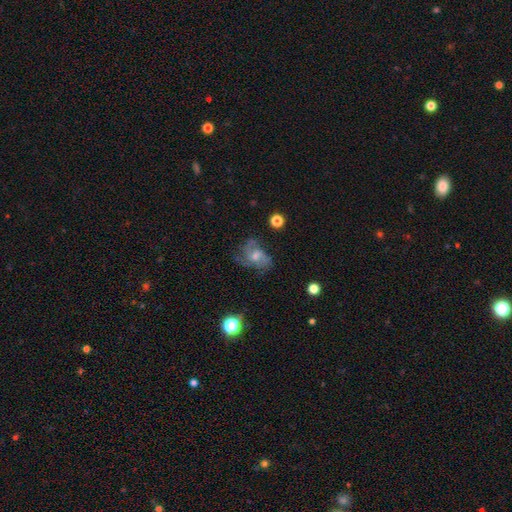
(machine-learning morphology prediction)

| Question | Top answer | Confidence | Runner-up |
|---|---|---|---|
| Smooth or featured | featured or disk | 59% | smooth (29%) |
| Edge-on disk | no | 97% | yes (3%) |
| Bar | no | 69% | weak (27%) |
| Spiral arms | yes | 74% | no (26%) |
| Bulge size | moderate | 50% | small (34%) |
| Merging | none | 48% | major disturbance (25%) |